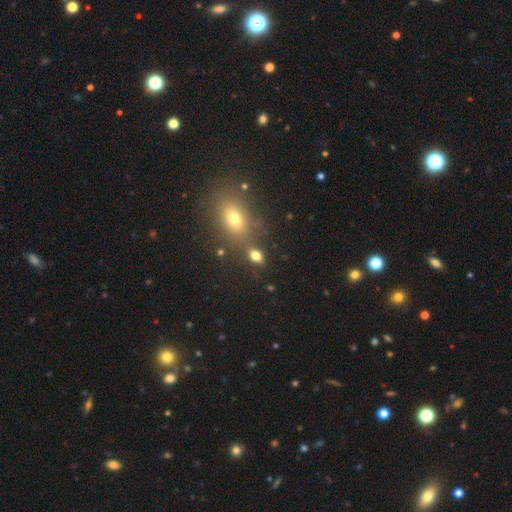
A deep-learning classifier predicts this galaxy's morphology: Overall: smooth (76%). How rounded: in between (77%). Merging: none (67%).